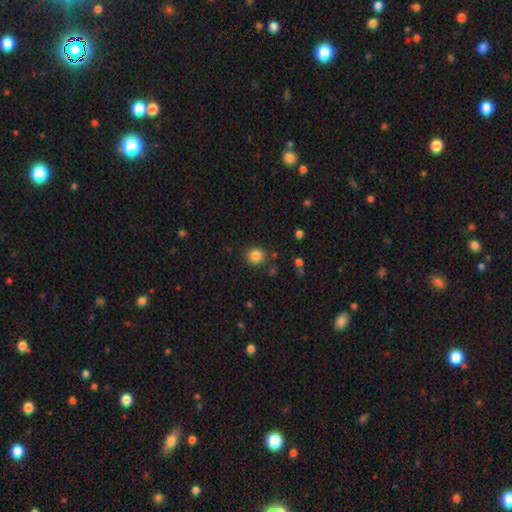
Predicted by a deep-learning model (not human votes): A smooth galaxy with no disk features (85%) that is round (86%).

Vote fractions:
- Smooth or featured? smooth: 85% / star or artifact: 11% / featured or disk: 4%
- How rounded? round: 86% / in between: 14% / cigar-shaped: 1%
- Merging? none: 86% / minor disturbance: 8% / major disturbance: 3% / merger: 3%